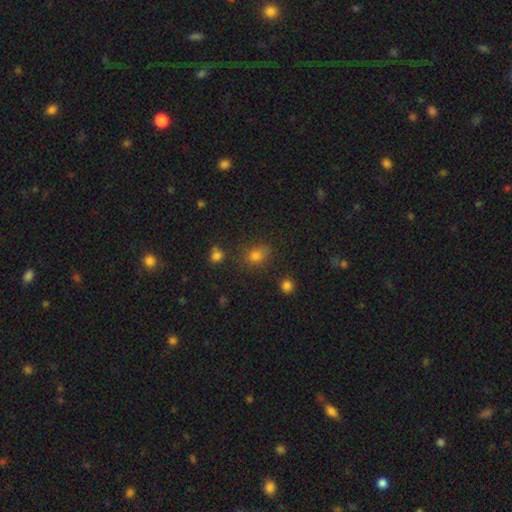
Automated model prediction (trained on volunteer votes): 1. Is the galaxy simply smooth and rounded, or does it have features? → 73% smooth, 19% star or artifact, 7% featured or disk.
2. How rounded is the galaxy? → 51% in between, 48% round, 2% cigar-shaped.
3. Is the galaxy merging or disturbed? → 72% none, 16% minor disturbance, 7% merger, 5% major disturbance.